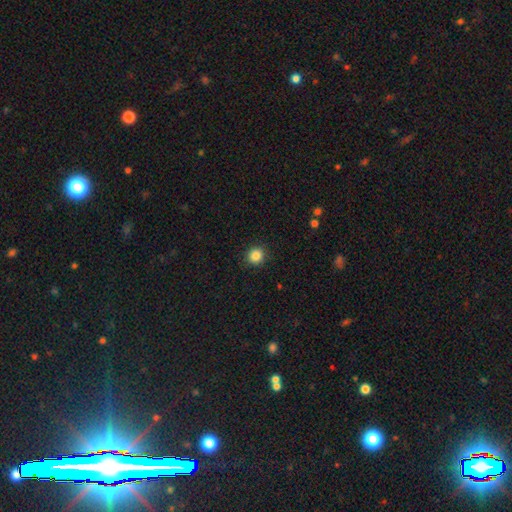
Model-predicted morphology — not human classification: smooth 85%, star or artifact 11%, featured or disk 4%. Down the decision tree: how rounded — round (87%); merging — none (91%).